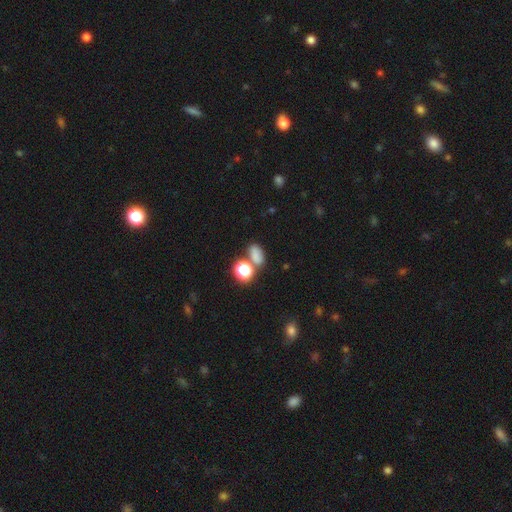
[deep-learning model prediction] Overall: smooth (74%). How rounded: in between (73%). Merging: none (56%; merger 26%).